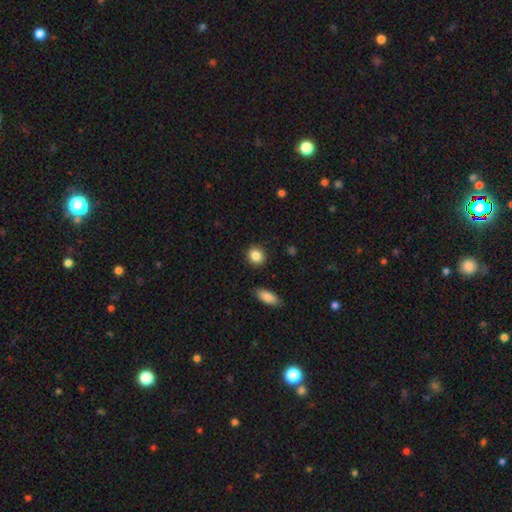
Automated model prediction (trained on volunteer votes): This is clearly a smooth galaxy (87%). How rounded: likely round (71%). Merging: clearly none (89%).